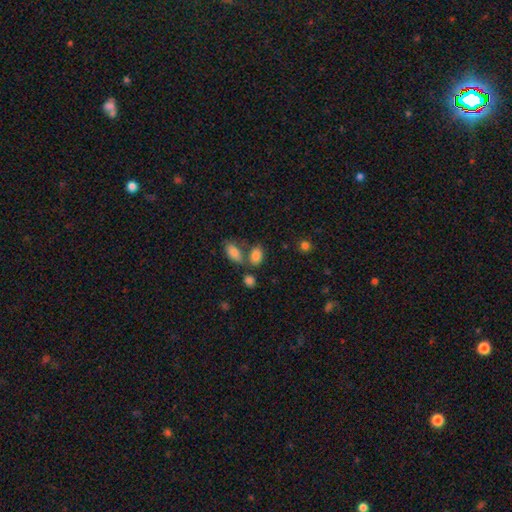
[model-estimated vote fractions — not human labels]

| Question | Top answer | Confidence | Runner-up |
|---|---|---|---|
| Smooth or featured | smooth | 84% | star or artifact (9%) |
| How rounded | in between | 88% | round (10%) |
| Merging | none | 54% | merger (28%) |